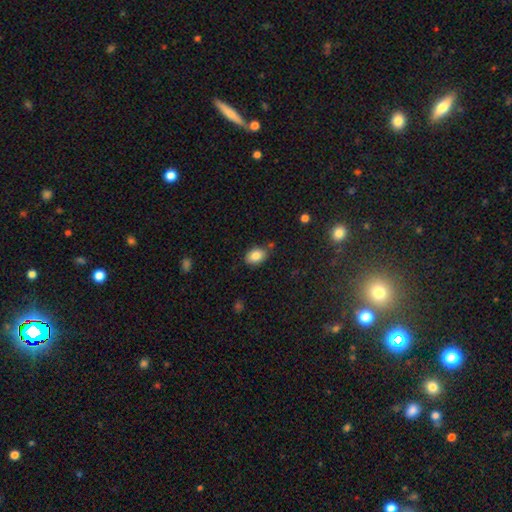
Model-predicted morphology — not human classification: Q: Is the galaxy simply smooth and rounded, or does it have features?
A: smooth — 84%.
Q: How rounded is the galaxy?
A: in between — 81%.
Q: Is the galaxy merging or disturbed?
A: none — 78%.